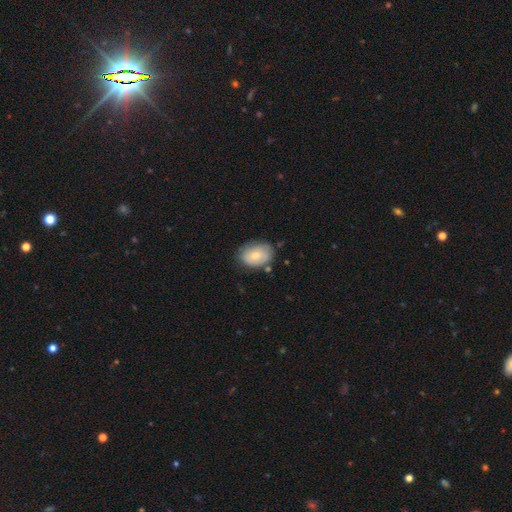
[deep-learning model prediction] This appears to be a smooth galaxy with no disk features (69%) that is in between round and cigar-shaped (72%). Merging: none (70%).